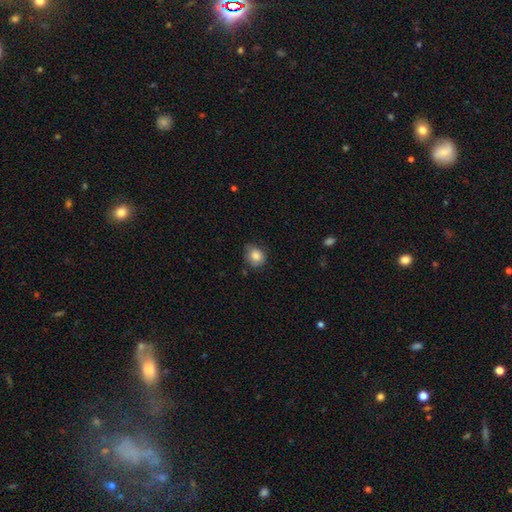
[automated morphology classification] Q: Smooth or featured?
A: smooth (84%); runner-up: star or artifact (9%)
Q: How rounded?
A: round (75%); runner-up: in between (24%)
Q: Merging?
A: none (72%); runner-up: minor disturbance (23%)